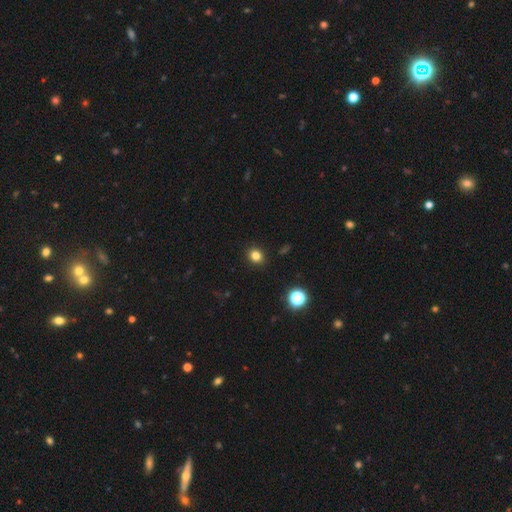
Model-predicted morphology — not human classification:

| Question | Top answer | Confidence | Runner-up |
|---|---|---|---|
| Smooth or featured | smooth | 82% | star or artifact (14%) |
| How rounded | round | 70% | in between (29%) |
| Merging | none | 91% | minor disturbance (6%) |